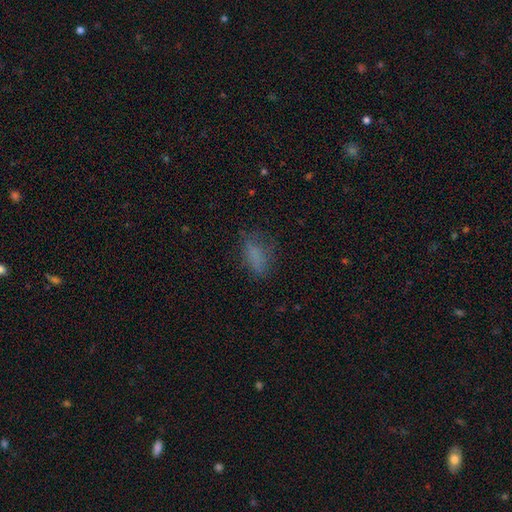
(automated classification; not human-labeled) This is likely a smooth galaxy (72%). How rounded: likely in between (79%). Merging: likely none (62%).